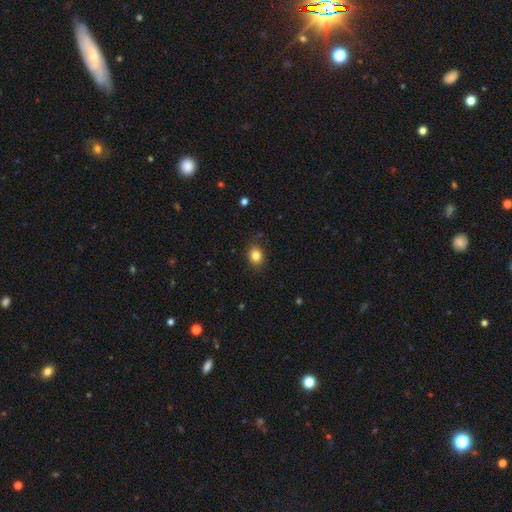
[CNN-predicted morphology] Smooth or featured? Predicted: smooth (p=0.83). How rounded? Predicted: round (p=0.53). Merging? Predicted: none (p=0.86).